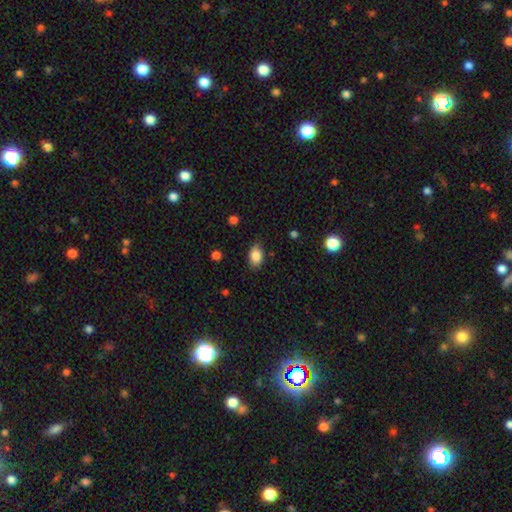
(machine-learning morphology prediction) This is clearly a smooth galaxy (86%). How rounded: clearly in between (87%). Merging: clearly none (81%).